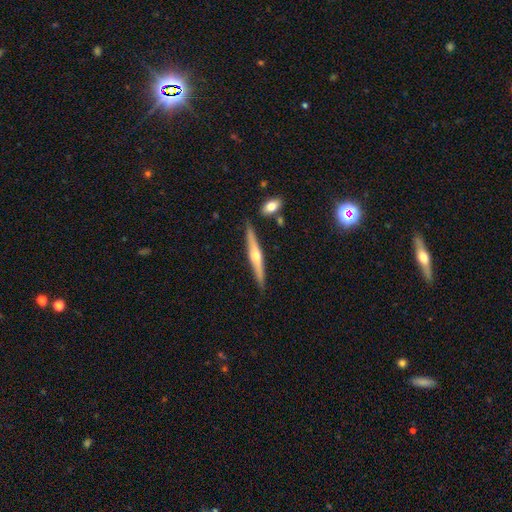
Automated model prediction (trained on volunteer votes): Smooth or featured?
  - featured or disk: 70% *
  - smooth: 24%
  - star or artifact: 6%
Edge-on disk?
  - yes: 97% *
  - no: 3%
Edge-on bulge?
  - rounded: 89% *
  - none: 7%
  - boxy: 4%
Merging?
  - none: 87% *
  - minor disturbance: 8%
  - merger: 3%
  - major disturbance: 2%